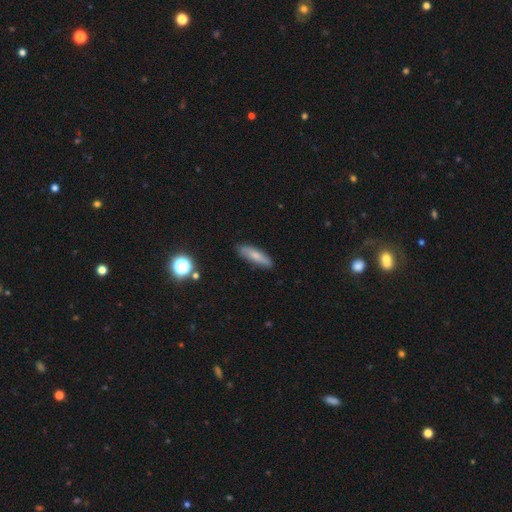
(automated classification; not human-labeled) Overall: smooth (68%). How rounded: cigar-shaped (65%; in between 32%). Merging: none (83%).